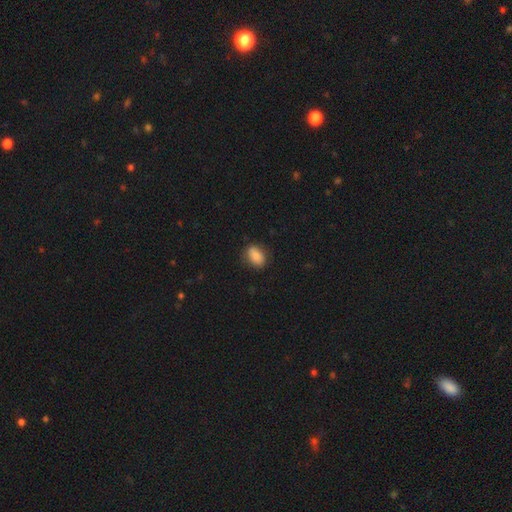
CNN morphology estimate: smooth_or_featured: smooth (p=0.84) [alt: featured or disk p=0.08]
how_rounded: in between (p=0.81) [alt: round p=0.17]
merging: none (p=0.80) [alt: minor disturbance p=0.15]